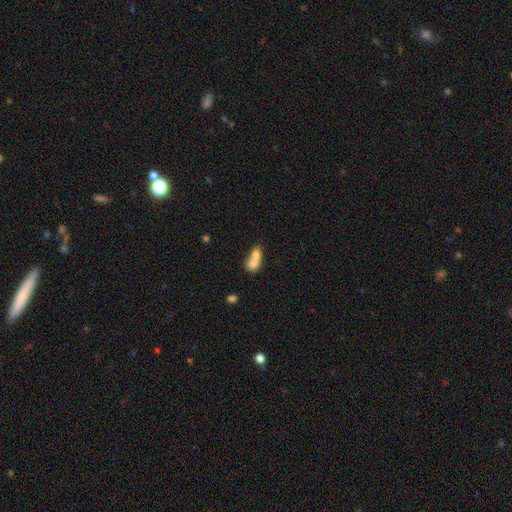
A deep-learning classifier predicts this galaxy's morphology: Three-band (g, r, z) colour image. It shows a smooth galaxy with no disk features (71%) that is in between round and cigar-shaped (62%). Merging: merger (75%).